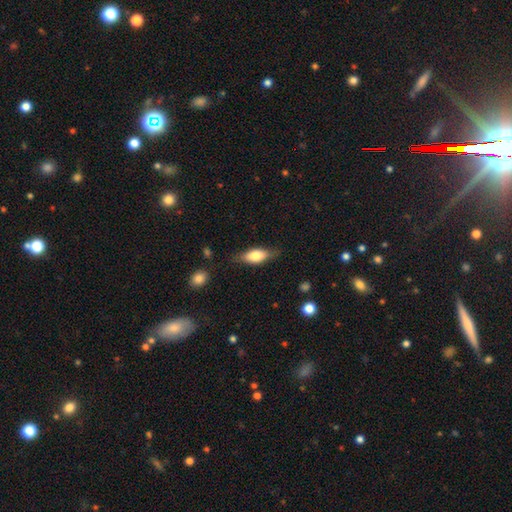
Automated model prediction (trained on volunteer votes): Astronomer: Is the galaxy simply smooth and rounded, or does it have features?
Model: smooth — 69%.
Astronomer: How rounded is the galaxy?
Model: in between — 78%.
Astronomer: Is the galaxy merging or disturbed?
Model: none — 75%.